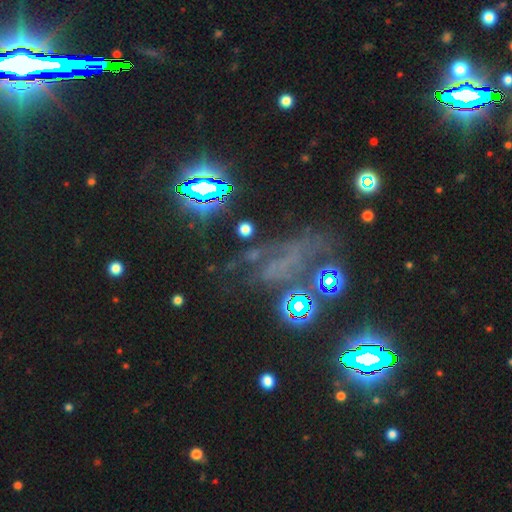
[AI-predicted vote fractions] A star or artifact, not a galaxy (48%).

Vote fractions:
- Smooth or featured? star or artifact: 48% / featured or disk: 32% / smooth: 20%